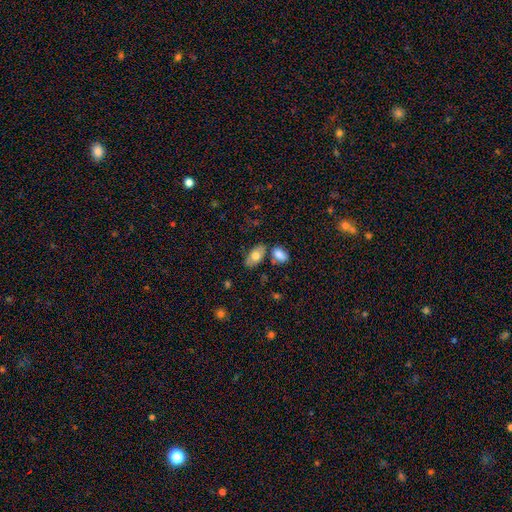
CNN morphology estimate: smooth 73%, featured or disk 21%, star or artifact 7%. Down the decision tree: how rounded — in between (92%); merging — none (69%).